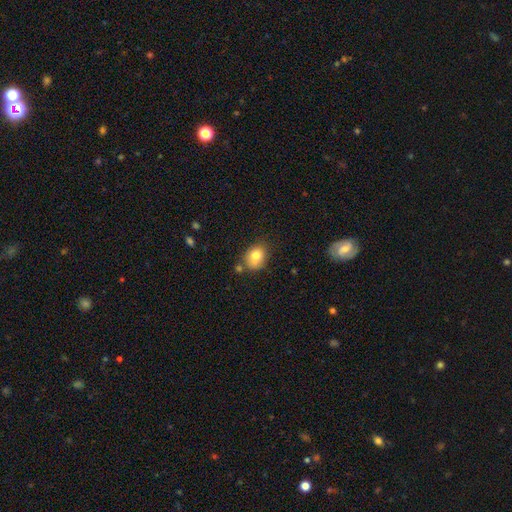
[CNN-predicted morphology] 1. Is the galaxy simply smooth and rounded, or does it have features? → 79% smooth, 12% featured or disk, 10% star or artifact.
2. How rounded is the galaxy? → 53% in between, 46% round, 1% cigar-shaped.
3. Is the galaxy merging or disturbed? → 60% none, 22% minor disturbance, 13% merger, 6% major disturbance.